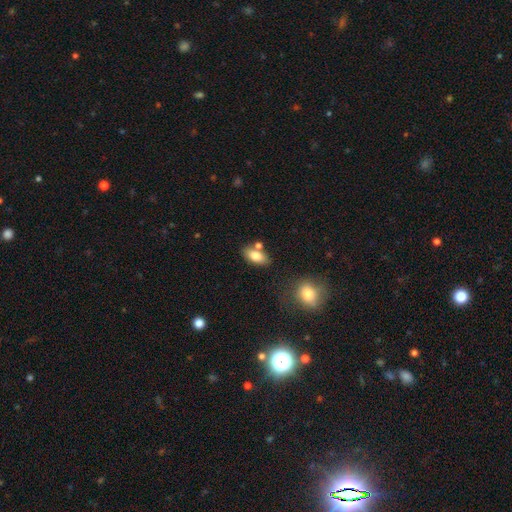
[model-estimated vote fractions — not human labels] Smooth or featured? smooth (78%)
How rounded? in between (87%)
Merging? none (67%)